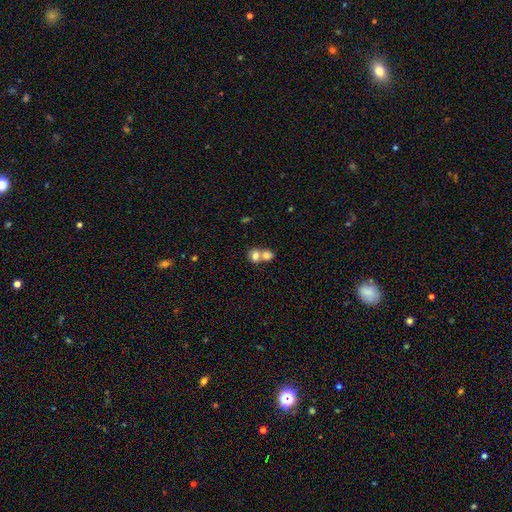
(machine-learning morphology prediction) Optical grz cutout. It shows a smooth galaxy with no disk features (77%) that is round (55%). Merging: merger (71%).